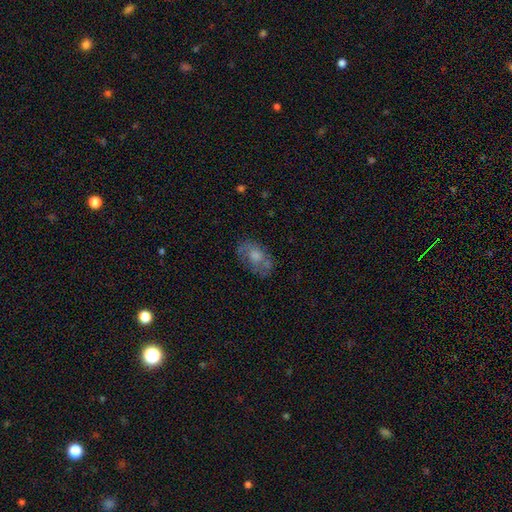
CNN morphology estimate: The model was most divided on "smooth or featured": smooth: 49%, featured or disk: 42%, star or artifact: 9%. More confident: merging — none (61%).